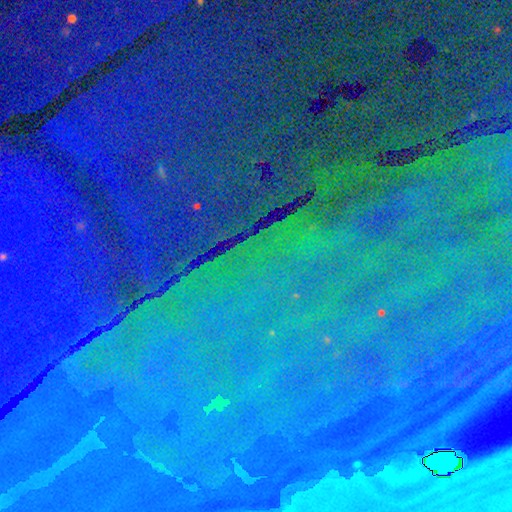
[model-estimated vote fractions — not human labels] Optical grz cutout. It shows a star or artifact, not a galaxy (85%).